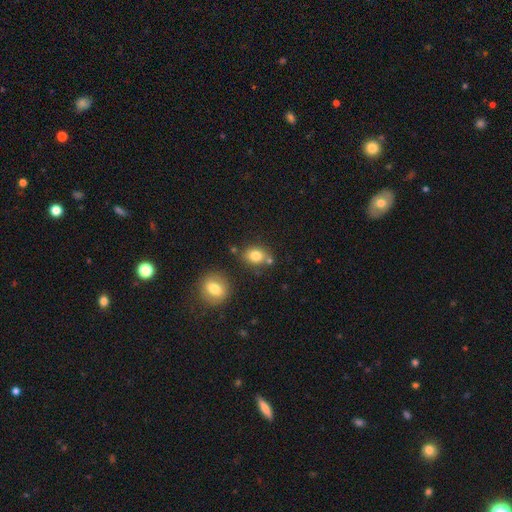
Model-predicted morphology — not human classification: Smooth or featured? Predicted: smooth (p=0.81). How rounded? Predicted: in between (p=0.55). Merging? Predicted: none (p=0.70).